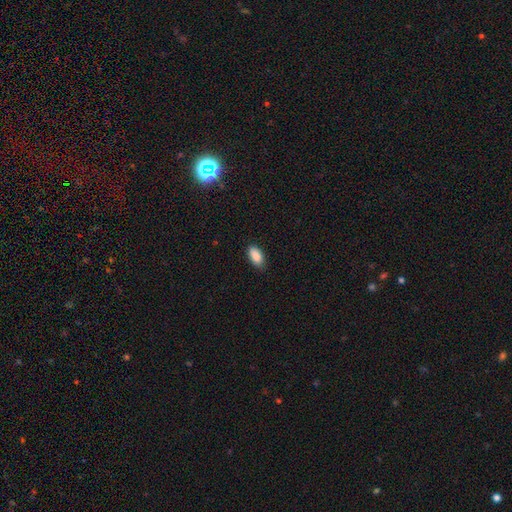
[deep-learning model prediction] Smooth or featured? smooth (89%)
How rounded? in between (92%)
Merging? none (83%)